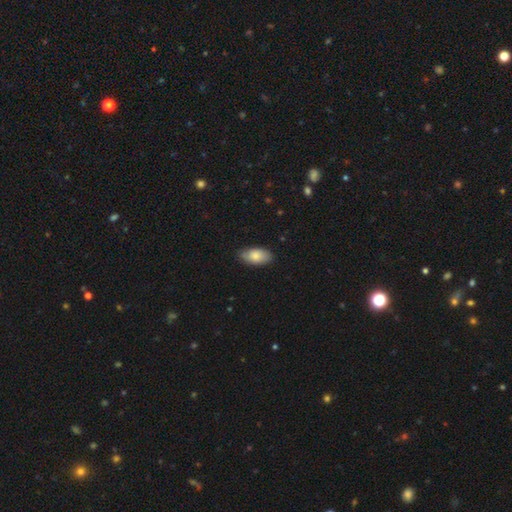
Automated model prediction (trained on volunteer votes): Smooth or featured?
  - smooth: 81% *
  - featured or disk: 13%
  - star or artifact: 6%
How rounded?
  - in between: 94% *
  - cigar-shaped: 3%
  - round: 3%
Merging?
  - none: 81% *
  - minor disturbance: 16%
  - major disturbance: 2%
  - merger: 1%